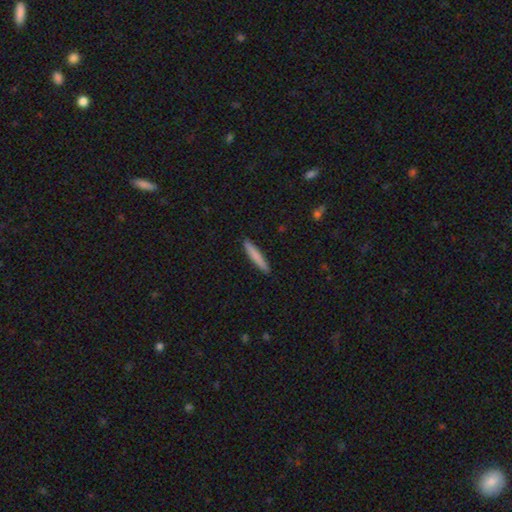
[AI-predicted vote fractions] Q: Smooth or featured?
A: smooth (78%); runner-up: featured or disk (16%)
Q: How rounded?
A: cigar-shaped (94%); runner-up: in between (5%)
Q: Merging?
A: none (91%); runner-up: minor disturbance (7%)